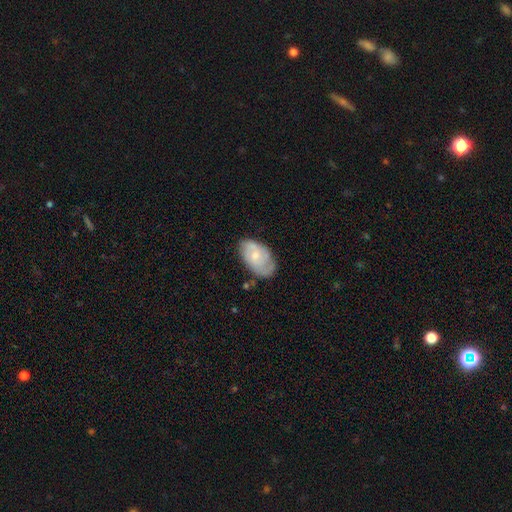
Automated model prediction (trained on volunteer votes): Smooth or featured? Predicted: featured or disk (p=0.50). Edge-on disk? Predicted: no (p=0.95). Merging? Predicted: none (p=0.65).